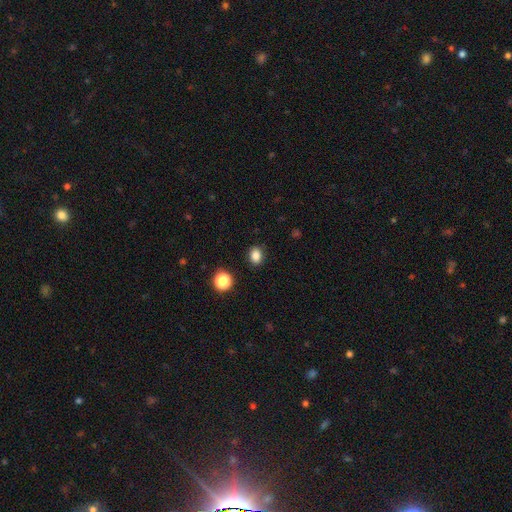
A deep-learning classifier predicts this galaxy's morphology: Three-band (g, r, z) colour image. It shows a smooth galaxy with no disk features (84%) that is in between round and cigar-shaped (52%). Merging: none (88%).